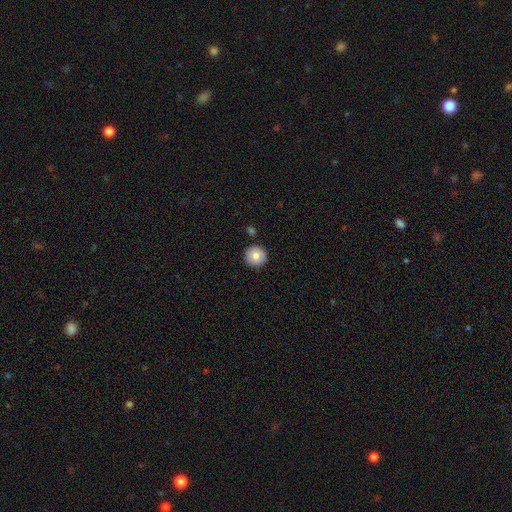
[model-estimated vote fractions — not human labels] Overall: smooth (79%). How rounded: round (96%). Merging: none (89%).